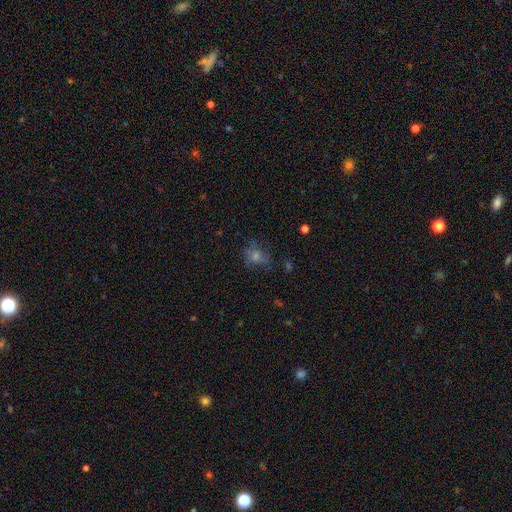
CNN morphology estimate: smooth-or-featured: smooth: 39% | star or artifact: 31% | featured or disk: 30%
  merging: none: 63% | minor disturbance: 20% | major disturbance: 14% | merger: 3%